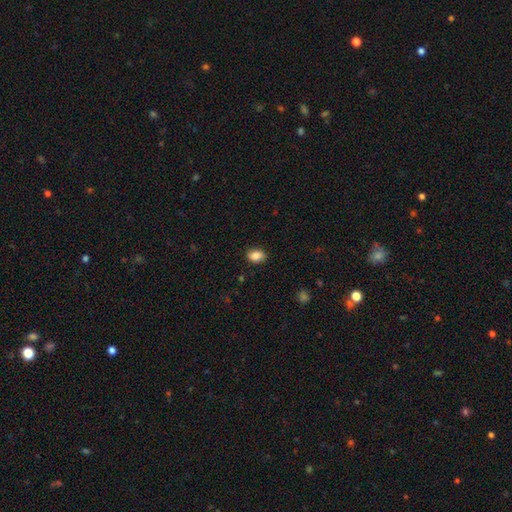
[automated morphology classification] Smooth or featured? Predicted: smooth (p=0.86). How rounded? Predicted: in between (p=0.69). Merging? Predicted: none (p=0.85).